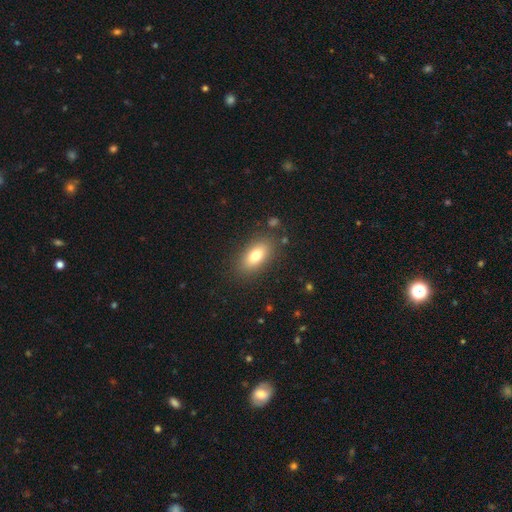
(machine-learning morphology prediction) Overall: smooth (76%). How rounded: in between (87%). Merging: none (84%).